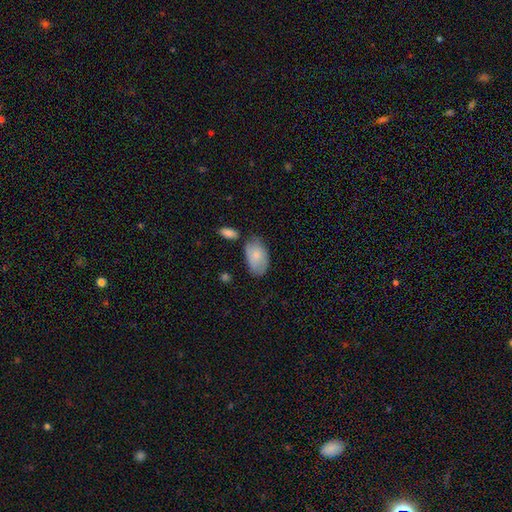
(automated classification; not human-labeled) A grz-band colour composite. It shows a smooth galaxy with no disk features (79%) that is in between round and cigar-shaped (93%). Merging: none (58%).